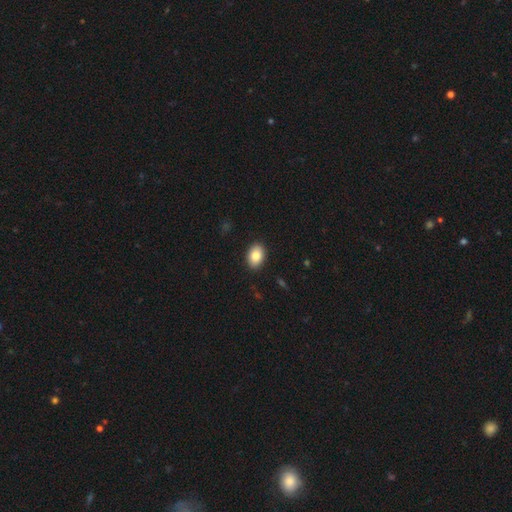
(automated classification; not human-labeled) Smooth or featured? smooth (85%)
How rounded? in between (82%)
Merging? none (90%)